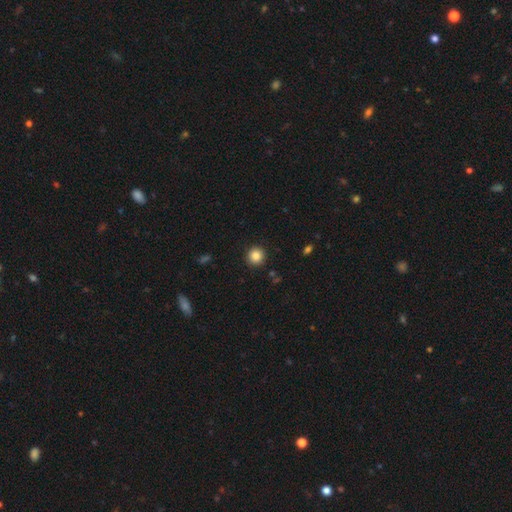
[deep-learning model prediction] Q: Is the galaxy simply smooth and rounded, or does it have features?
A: smooth — 85%.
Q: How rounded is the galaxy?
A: round — 95%.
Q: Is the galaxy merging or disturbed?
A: none — 92%.